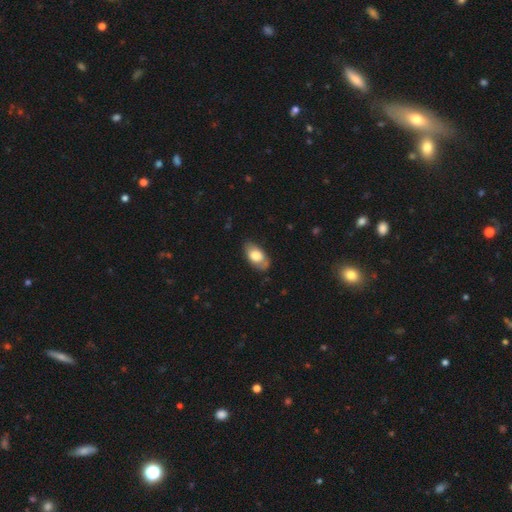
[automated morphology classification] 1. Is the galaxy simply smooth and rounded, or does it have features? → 68% smooth, 26% featured or disk, 6% star or artifact.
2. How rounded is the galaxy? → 93% in between, 5% round, 2% cigar-shaped.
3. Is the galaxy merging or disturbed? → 73% none, 21% minor disturbance, 5% major disturbance, 1% merger.